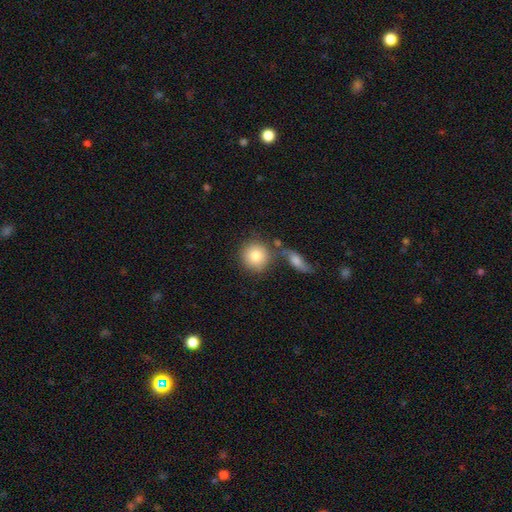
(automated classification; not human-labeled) smooth 82%, featured or disk 11%, star or artifact 7%. Down the decision tree: how rounded — round (90%); merging — none (65%).